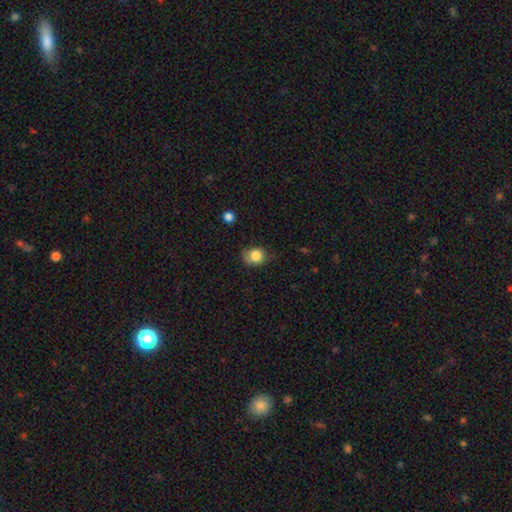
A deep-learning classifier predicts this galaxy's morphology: smooth-or-featured: smooth: 83% | star or artifact: 9% | featured or disk: 8%
  how-rounded: round: 64% | in between: 35% | cigar-shaped: 1%
  merging: none: 63% | minor disturbance: 28% | major disturbance: 7% | merger: 2%